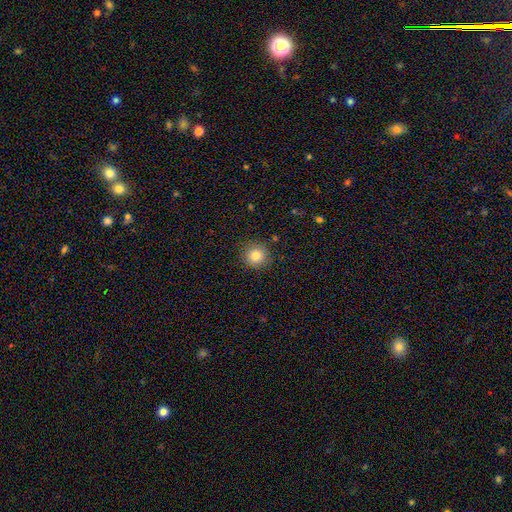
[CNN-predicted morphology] This appears to be a smooth galaxy with no disk features (82%) that is round (94%). Merging: none (89%).